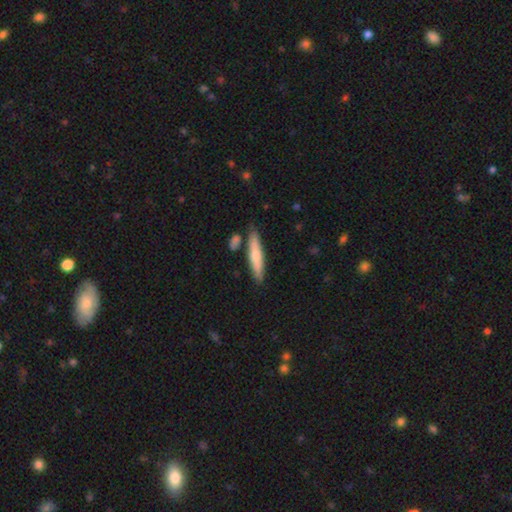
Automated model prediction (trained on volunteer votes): Q: Smooth or featured?
A: smooth (65%); runner-up: featured or disk (30%)
Q: How rounded?
A: cigar-shaped (87%); runner-up: in between (12%)
Q: Merging?
A: none (81%); runner-up: minor disturbance (10%)